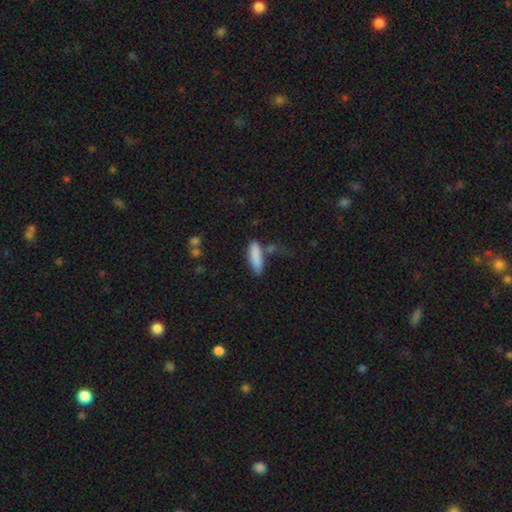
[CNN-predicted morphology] smooth_or_featured: smooth (p=0.84) [alt: featured or disk p=0.09]
how_rounded: cigar-shaped (p=0.63) [alt: in between p=0.35]
merging: none (p=0.60) [alt: minor disturbance p=0.22]